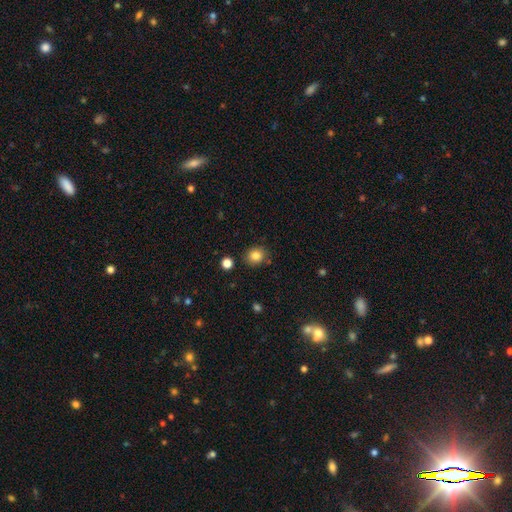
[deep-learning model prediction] smooth_or_featured: smooth (p=0.84) [alt: star or artifact p=0.11]
how_rounded: round (p=0.76) [alt: in between p=0.23]
merging: none (p=0.83) [alt: minor disturbance p=0.10]